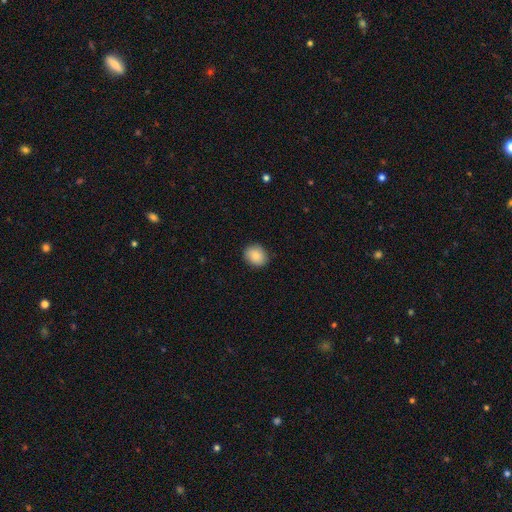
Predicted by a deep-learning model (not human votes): This appears to be a smooth galaxy with no disk features (87%) that is round (61%). Merging: none (88%).